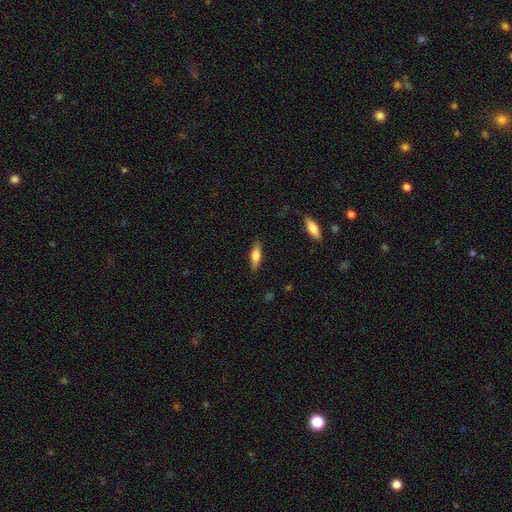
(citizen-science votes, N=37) smooth 70%, featured or disk 30%, star or artifact 0%. Down the decision tree: how rounded — cigar-shaped (58%); merging — none (84%).